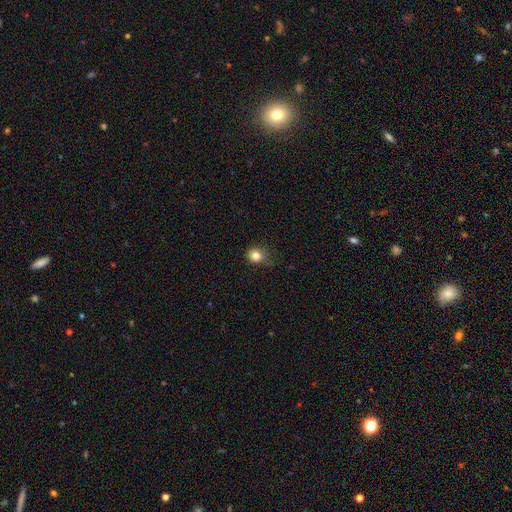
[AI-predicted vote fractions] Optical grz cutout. It shows a smooth galaxy with no disk features (82%) that is round (75%). Merging: none (63%).